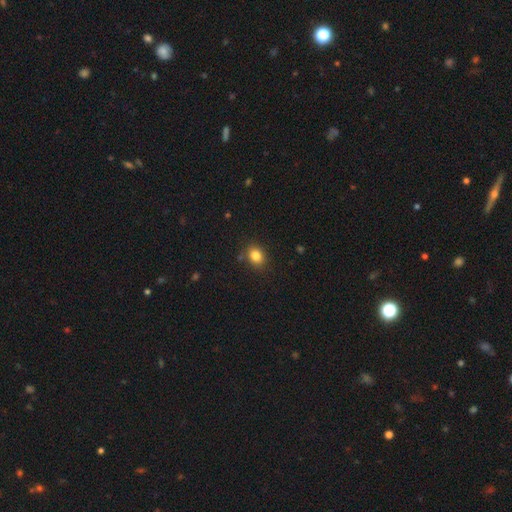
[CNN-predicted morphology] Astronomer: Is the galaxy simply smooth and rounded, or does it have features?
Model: smooth — 84%.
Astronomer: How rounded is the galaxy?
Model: in between — 51% (runner-up: round, 48%).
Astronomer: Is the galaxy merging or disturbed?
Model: none — 83%.